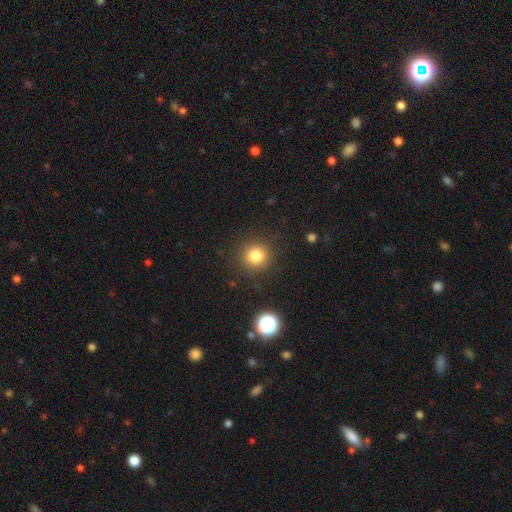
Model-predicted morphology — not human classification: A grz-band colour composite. It shows a smooth galaxy with no disk features (81%) that is round (92%). Merging: none (89%).